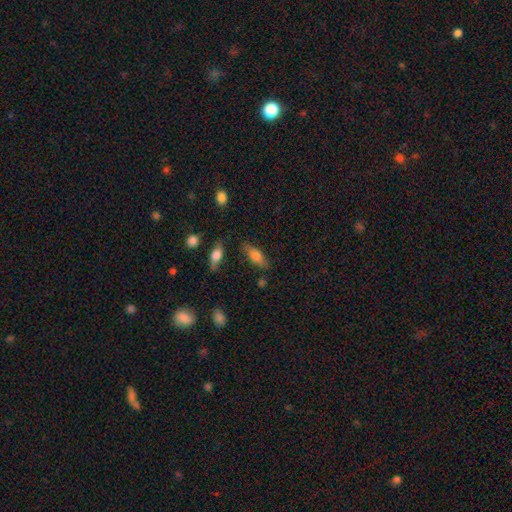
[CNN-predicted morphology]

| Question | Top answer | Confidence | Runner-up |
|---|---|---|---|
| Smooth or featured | smooth | 71% | featured or disk (22%) |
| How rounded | in between | 70% | cigar-shaped (27%) |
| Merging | none | 78% | minor disturbance (14%) |